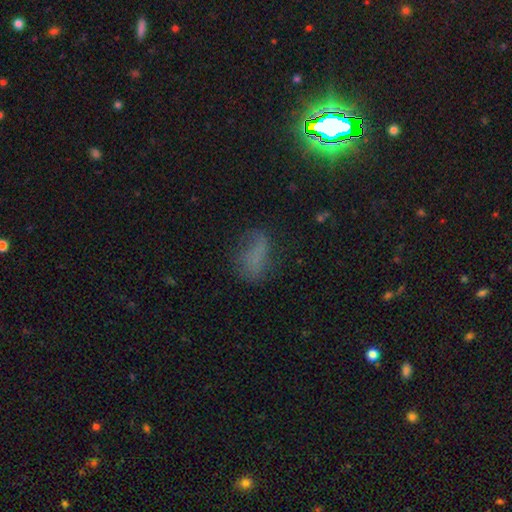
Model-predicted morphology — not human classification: smooth 54%, star or artifact 24%, featured or disk 22%. Down the decision tree: how rounded — in between (80%); merging — none (52%).